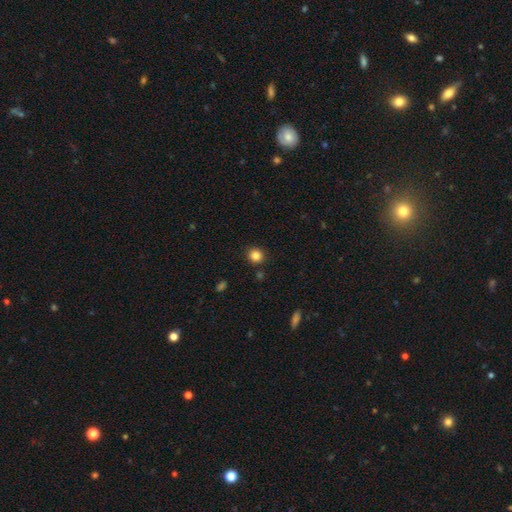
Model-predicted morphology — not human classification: smooth-or-featured: smooth: 84% | star or artifact: 12% | featured or disk: 5%
  how-rounded: round: 88% | in between: 11% | cigar-shaped: 1%
  merging: none: 89% | minor disturbance: 7% | merger: 2% | major disturbance: 2%